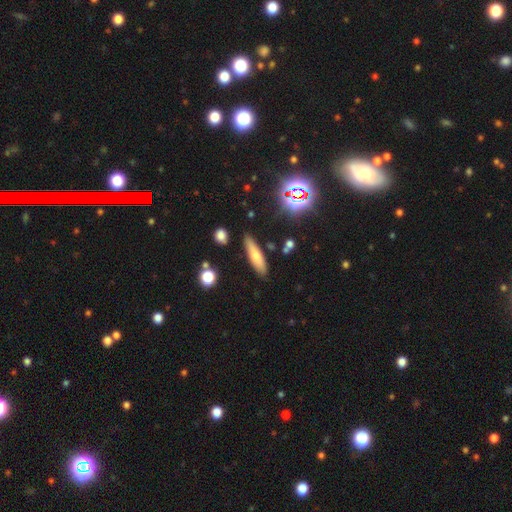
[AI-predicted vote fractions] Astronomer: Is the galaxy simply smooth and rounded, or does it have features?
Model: smooth — 65%.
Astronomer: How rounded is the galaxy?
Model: cigar-shaped — 70%.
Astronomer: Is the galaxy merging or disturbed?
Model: none — 83%.